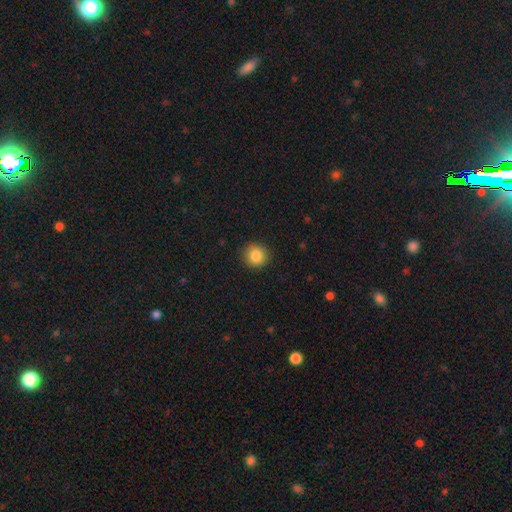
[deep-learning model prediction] The model was most divided on "smooth or featured": smooth: 86%, star or artifact: 9%, featured or disk: 5%. More confident: merging — none (90%); how rounded — round (88%).